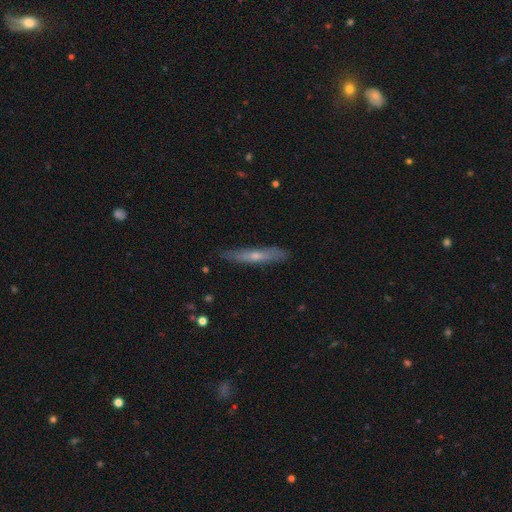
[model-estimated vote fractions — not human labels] smooth_or_featured: featured or disk (p=0.52) [alt: smooth p=0.41]
disk_edge_on: yes (p=0.85) [alt: no p=0.15]
merging: none (p=0.85) [alt: minor disturbance p=0.12]